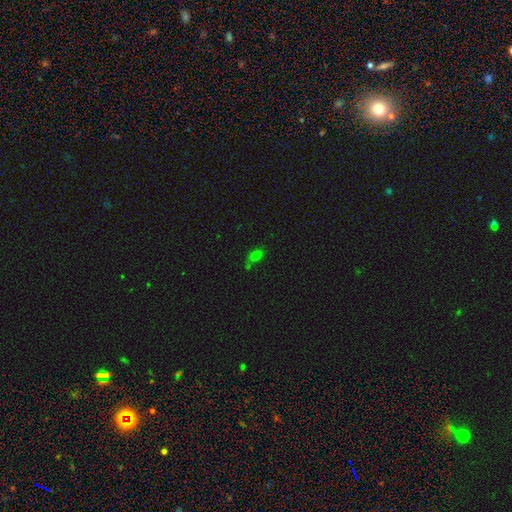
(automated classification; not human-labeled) A smooth galaxy with no disk features (66%) that is in between round and cigar-shaped (79%). Merging: none (60%).